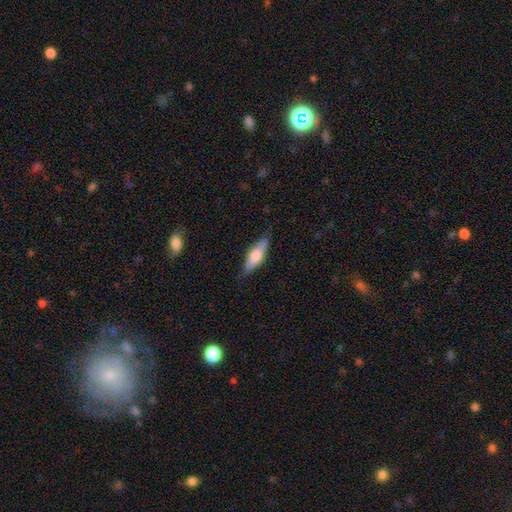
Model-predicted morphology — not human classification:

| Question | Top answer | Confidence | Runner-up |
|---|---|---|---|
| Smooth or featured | smooth | 52% | featured or disk (42%) |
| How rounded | in between | 50% | cigar-shaped (47%) |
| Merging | none | 82% | minor disturbance (14%) |